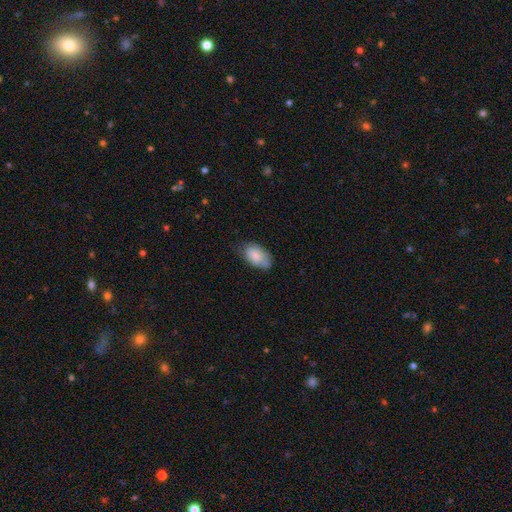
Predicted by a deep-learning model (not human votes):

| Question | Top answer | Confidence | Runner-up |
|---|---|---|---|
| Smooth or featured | smooth | 81% | featured or disk (12%) |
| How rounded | in between | 94% | round (4%) |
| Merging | none | 62% | minor disturbance (30%) |